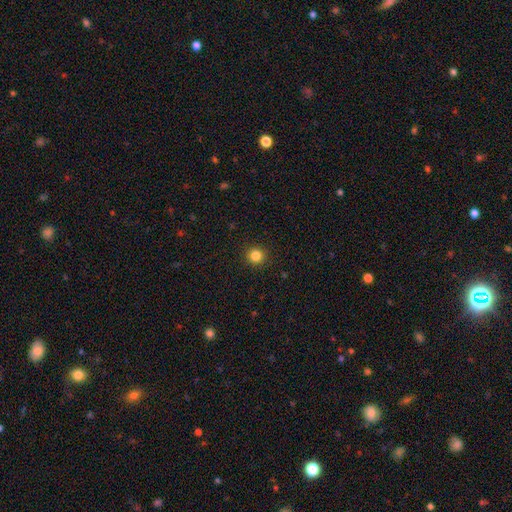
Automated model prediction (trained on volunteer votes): This is clearly a smooth galaxy (84%). How rounded: clearly round (94%). Merging: clearly none (92%).